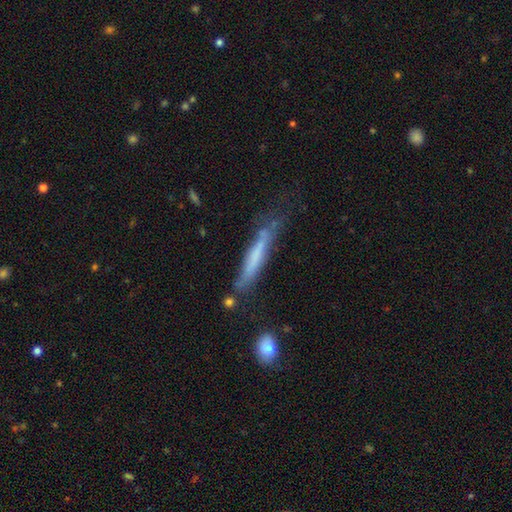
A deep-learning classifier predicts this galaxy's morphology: A smooth galaxy with no disk features (51%) that is cigar-shaped (93%). Merging: none (56%).